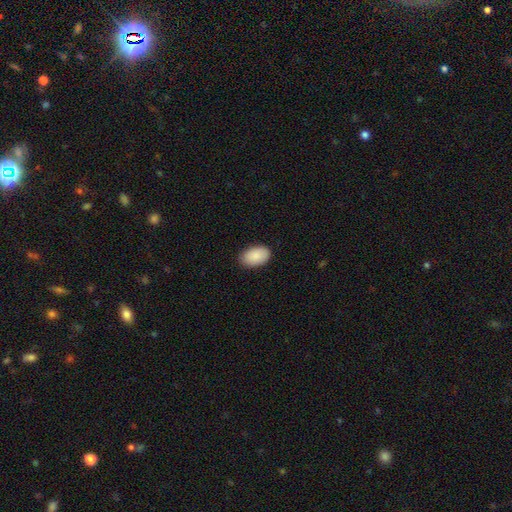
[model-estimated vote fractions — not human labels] Smooth or featured? Predicted: smooth (p=0.89). How rounded? Predicted: in between (p=0.93). Merging? Predicted: none (p=0.87).